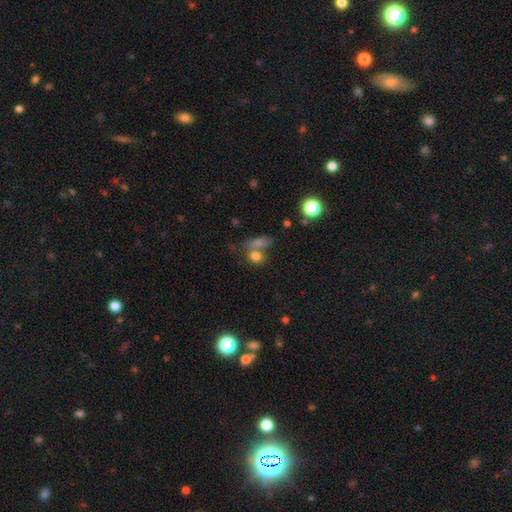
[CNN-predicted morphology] Smooth or featured?
  - smooth: 77% *
  - star or artifact: 12%
  - featured or disk: 10%
How rounded?
  - in between: 50% *
  - round: 46%
  - cigar-shaped: 4%
Merging?
  - none: 43% *
  - merger: 41%
  - minor disturbance: 11%
  - major disturbance: 6%